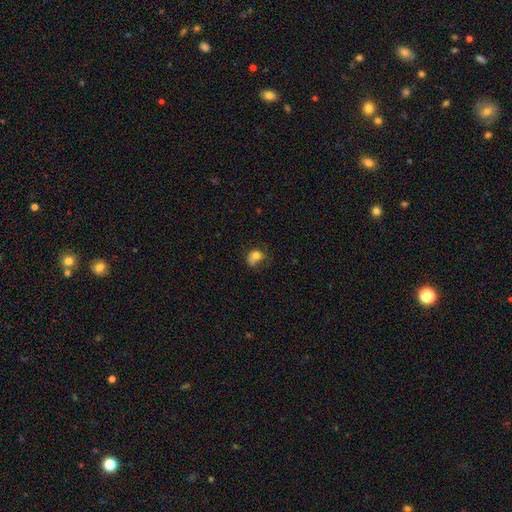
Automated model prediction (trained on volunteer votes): smooth_or_featured: smooth (p=0.66) [alt: featured or disk p=0.22]
how_rounded: in between (p=0.58) [alt: round p=0.40]
merging: none (p=0.34) [alt: major disturbance p=0.28]